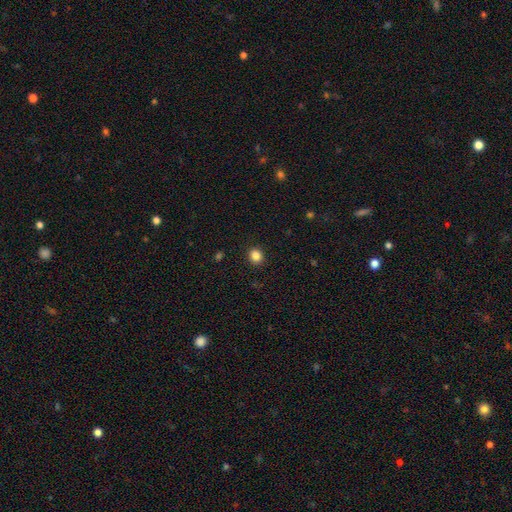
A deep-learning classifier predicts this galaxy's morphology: Q: Smooth or featured?
A: smooth (85%); runner-up: star or artifact (11%)
Q: How rounded?
A: round (75%); runner-up: in between (24%)
Q: Merging?
A: none (92%); runner-up: minor disturbance (6%)